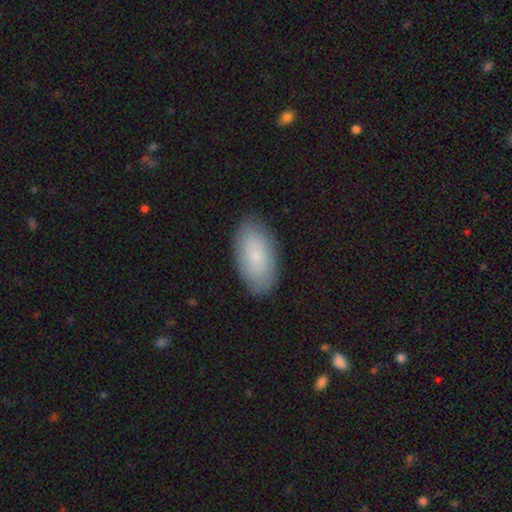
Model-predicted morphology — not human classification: Overall: smooth (75%). How rounded: in between (94%). Merging: none (85%).